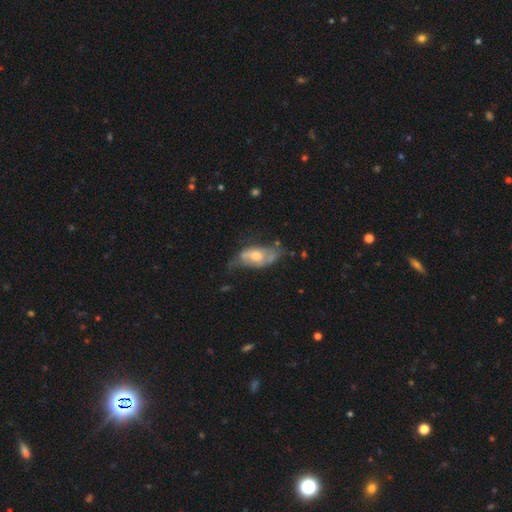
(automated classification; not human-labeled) This appears to be a featured or disk galaxy (54%). Merging: none (43%).